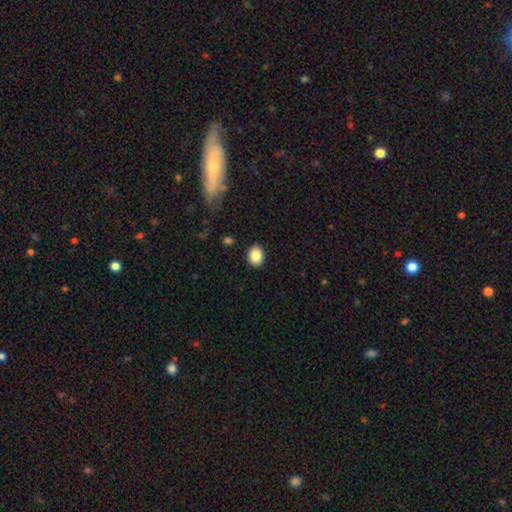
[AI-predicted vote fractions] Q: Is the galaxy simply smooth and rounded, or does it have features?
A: smooth — 85%.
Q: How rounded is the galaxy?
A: round — 52%.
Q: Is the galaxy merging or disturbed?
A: none — 89%.